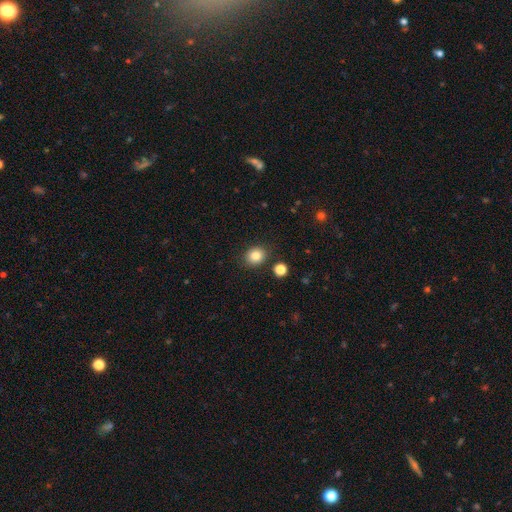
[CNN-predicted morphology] Smooth or featured?
  - smooth: 84% *
  - star or artifact: 11%
  - featured or disk: 6%
How rounded?
  - round: 69% *
  - in between: 30%
  - cigar-shaped: 1%
Merging?
  - none: 86% *
  - minor disturbance: 8%
  - merger: 3%
  - major disturbance: 2%